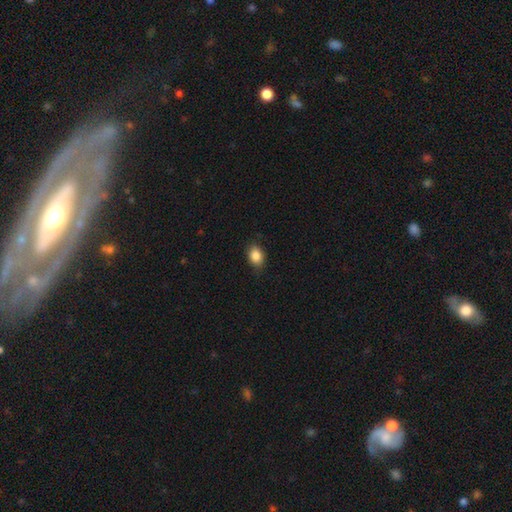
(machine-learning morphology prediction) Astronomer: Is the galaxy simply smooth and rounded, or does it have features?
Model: smooth — 87%.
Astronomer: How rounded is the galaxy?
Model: in between — 77%.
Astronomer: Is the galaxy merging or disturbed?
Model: none — 84%.